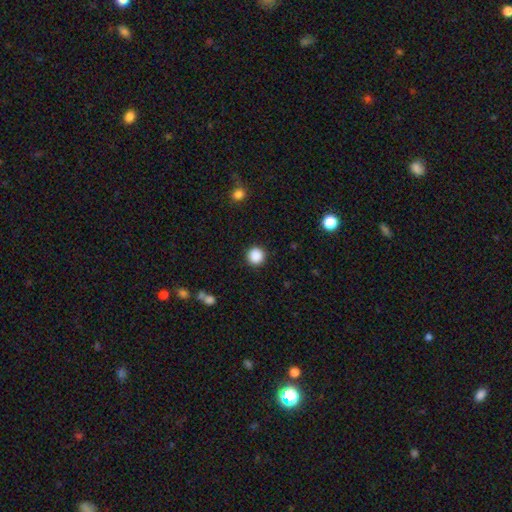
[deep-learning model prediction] smooth_or_featured: smooth (p=0.88) [alt: star or artifact p=0.09]
how_rounded: round (p=0.95) [alt: in between p=0.04]
merging: none (p=0.92) [alt: minor disturbance p=0.05]